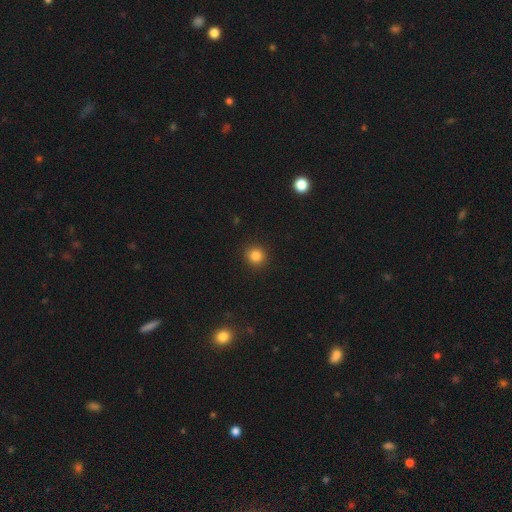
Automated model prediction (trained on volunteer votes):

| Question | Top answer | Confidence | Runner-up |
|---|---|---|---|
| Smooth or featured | smooth | 84% | star or artifact (12%) |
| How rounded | round | 93% | in between (6%) |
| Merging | none | 92% | minor disturbance (5%) |